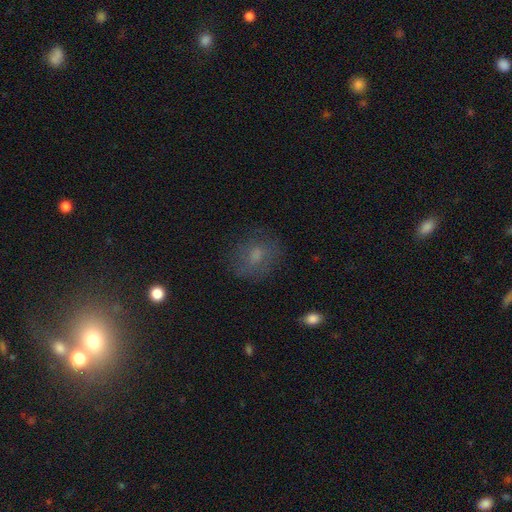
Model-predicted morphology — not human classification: A smooth galaxy with no disk features (60%) that is round (55%).

Vote fractions:
- Smooth or featured? smooth: 60% / featured or disk: 25% / star or artifact: 15%
- How rounded? round: 55% / in between: 43% / cigar-shaped: 2%
- Merging? none: 70% / minor disturbance: 18% / major disturbance: 11% / merger: 2%